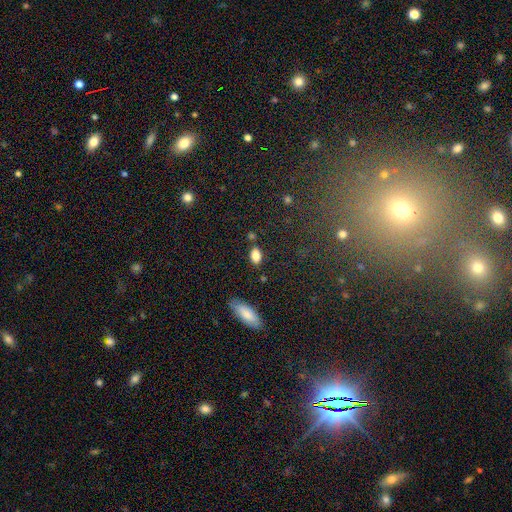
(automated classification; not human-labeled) Smooth or featured? Predicted: smooth (p=0.84). How rounded? Predicted: in between (p=0.87). Merging? Predicted: none (p=0.80).